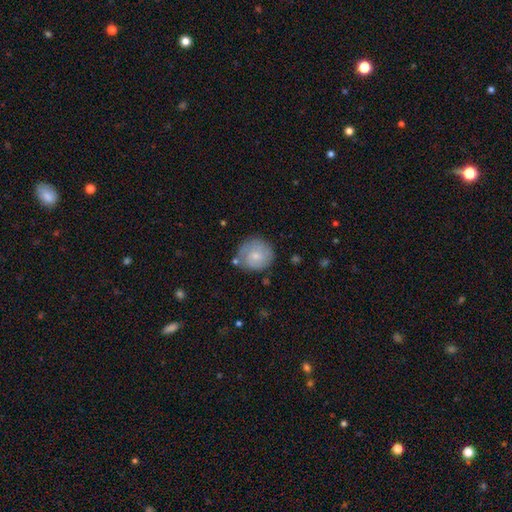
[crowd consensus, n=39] smooth 64%, featured or disk 28%, star or artifact 8%. Down the decision tree: how rounded — round (100%); merging — none (67%).